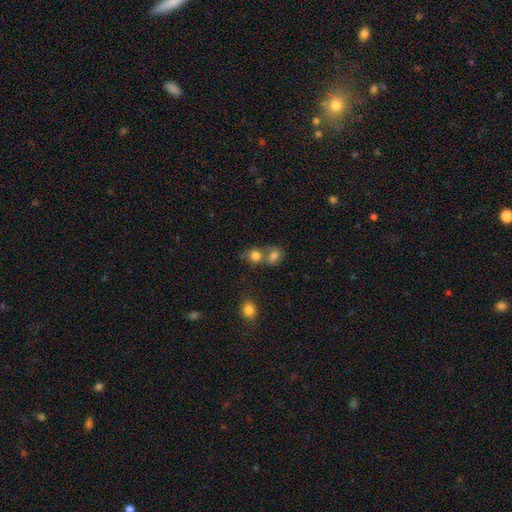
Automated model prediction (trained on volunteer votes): This is likely a smooth galaxy (77%). How rounded: likely round (66%). Merging: possibly merger (54%).